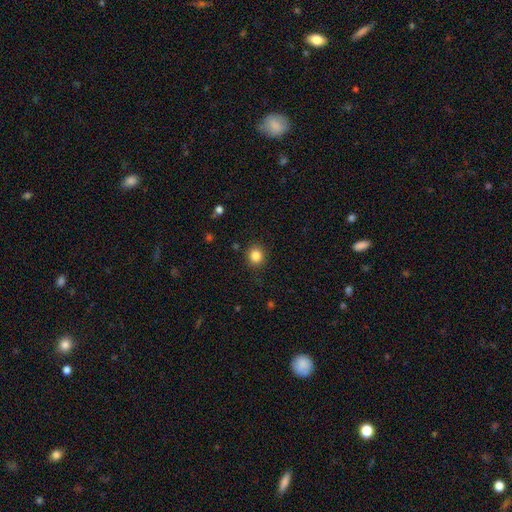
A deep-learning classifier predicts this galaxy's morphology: Q: Smooth or featured?
A: smooth (84%); runner-up: star or artifact (11%)
Q: How rounded?
A: round (86%); runner-up: in between (13%)
Q: Merging?
A: none (89%); runner-up: minor disturbance (8%)